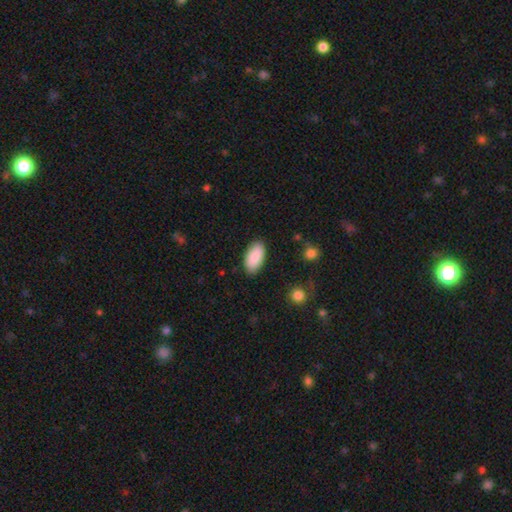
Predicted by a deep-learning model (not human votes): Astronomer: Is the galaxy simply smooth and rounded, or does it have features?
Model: smooth — 90%.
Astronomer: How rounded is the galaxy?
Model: in between — 94%.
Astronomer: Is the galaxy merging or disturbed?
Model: none — 88%.